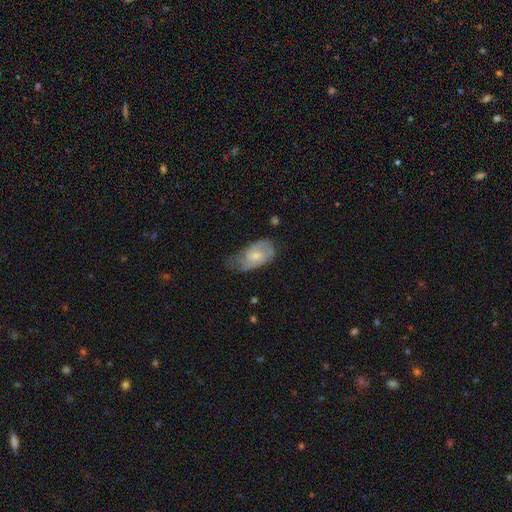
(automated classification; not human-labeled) Q: Smooth or featured?
A: featured or disk (56%); runner-up: smooth (38%)
Q: Edge-on disk?
A: no (95%); runner-up: yes (5%)
Q: Bar?
A: no (62%); runner-up: weak (33%)
Q: Spiral arms?
A: yes (83%); runner-up: no (17%)
Q: Bulge size?
A: small (47%); runner-up: moderate (46%)
Q: Merging?
A: none (44%); runner-up: minor disturbance (37%)